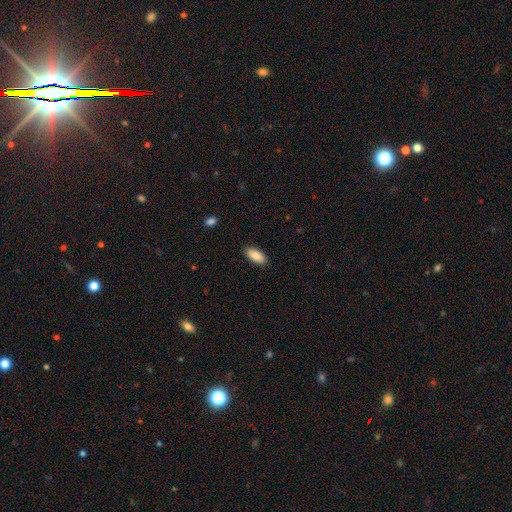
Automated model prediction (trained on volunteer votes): Smooth or featured?
  - smooth: 88% *
  - star or artifact: 6%
  - featured or disk: 5%
How rounded?
  - in between: 88% *
  - cigar-shaped: 10%
  - round: 2%
Merging?
  - none: 89% *
  - minor disturbance: 8%
  - major disturbance: 2%
  - merger: 1%